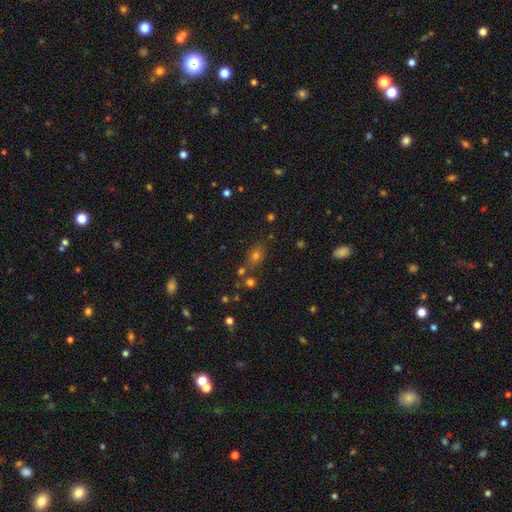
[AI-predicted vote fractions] Morphology: type=smooth (63%); roundness=in between (61%); merging=none (73%).